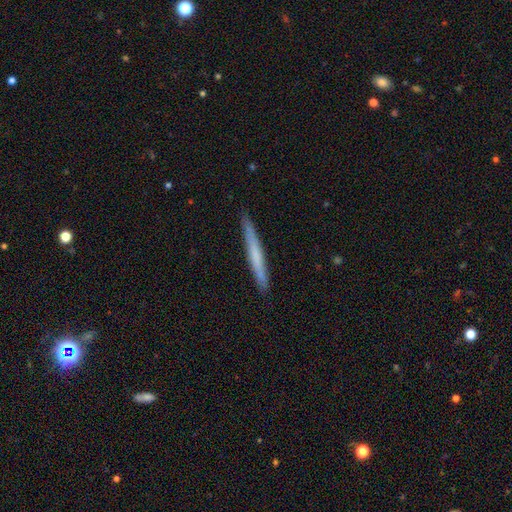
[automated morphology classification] This is possibly a smooth galaxy (56%). How rounded: clearly cigar-shaped (97%). Merging: clearly none (90%).